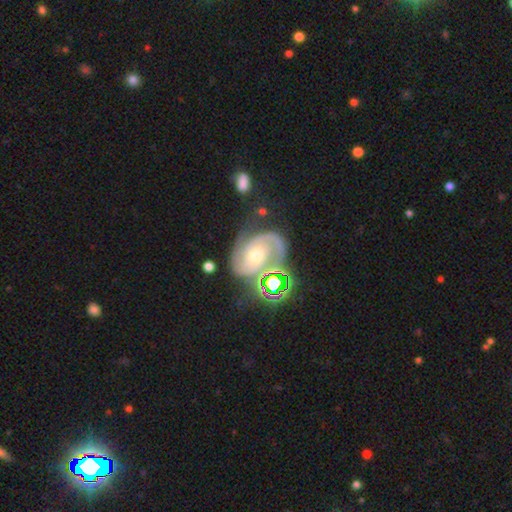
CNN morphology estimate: smooth-or-featured: featured or disk: 84% | star or artifact: 9% | smooth: 7%
  disk-edge-on: no: 98% | yes: 2%
    bar: no: 63% | weak: 28% | strong: 9%
    has-spiral-arms: yes: 97% | no: 3%
      spiral-winding: tight: 46% | medium: 43% | loose: 11%
      spiral-arm-count: 2: 72% | can't tell: 9% | 3: 8% | 1: 6% | 4: 2% | more than 4: 2%
    bulge-size: moderate: 59% | small: 34% | large: 4% | none: 2% | dominant: 1%
  merging: none: 56% | minor disturbance: 21% | major disturbance: 13% | merger: 10%